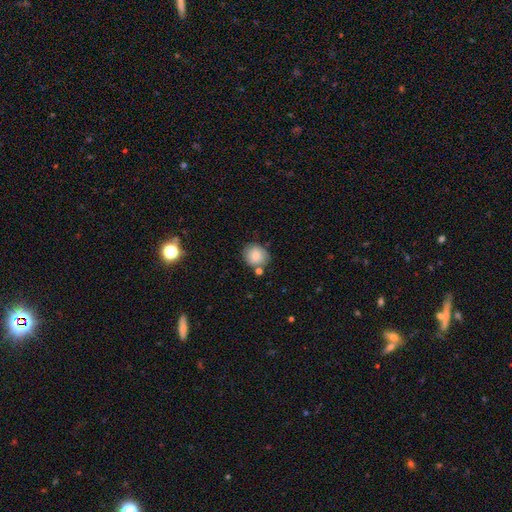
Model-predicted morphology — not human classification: Smooth or featured: smooth — 81% (featured or disk — 10%)
How rounded: round — 81% (in between — 18%)
Merging: none — 73% (minor disturbance — 14%)